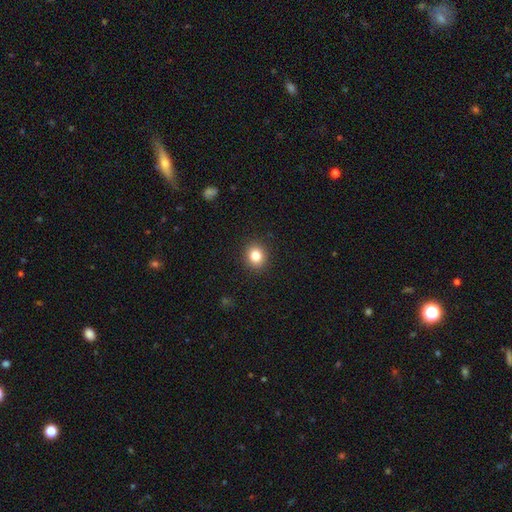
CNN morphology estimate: Q: Smooth or featured?
A: smooth (83%); runner-up: star or artifact (11%)
Q: How rounded?
A: round (78%); runner-up: in between (21%)
Q: Merging?
A: none (91%); runner-up: minor disturbance (6%)